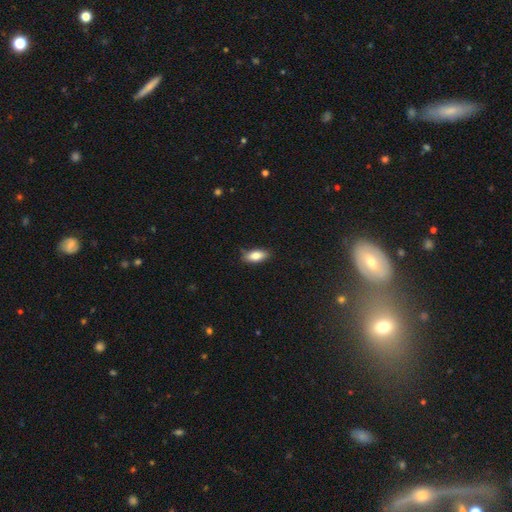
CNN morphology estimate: Smooth or featured? smooth (81%)
How rounded? in between (83%)
Merging? none (78%)